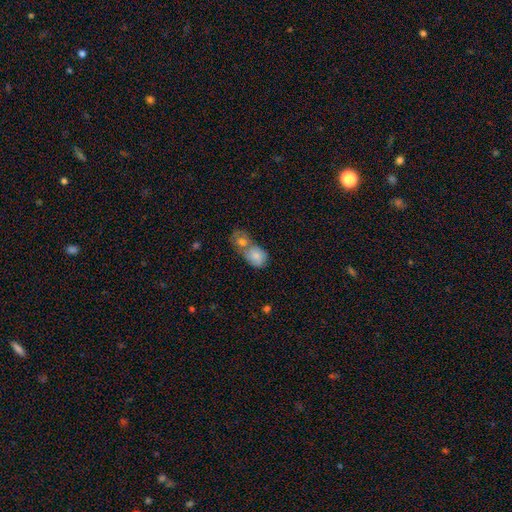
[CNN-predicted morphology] Smooth or featured?
  - smooth: 77% *
  - featured or disk: 16%
  - star or artifact: 7%
How rounded?
  - in between: 63% *
  - round: 36%
  - cigar-shaped: 1%
Merging?
  - merger: 66% *
  - none: 20%
  - minor disturbance: 9%
  - major disturbance: 5%